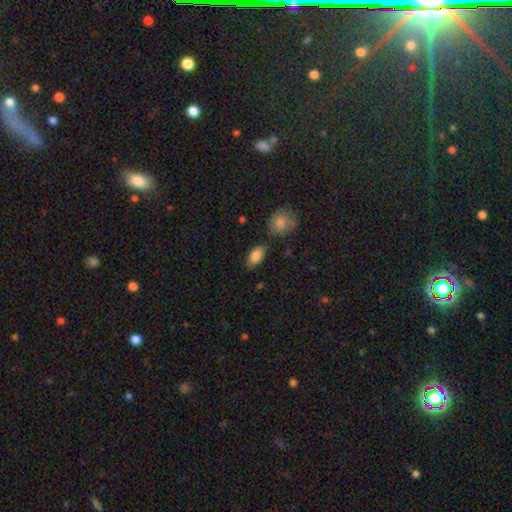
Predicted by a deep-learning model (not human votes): Smooth or featured: smooth — 86% (star or artifact — 7%)
How rounded: in between — 91% (cigar-shaped — 5%)
Merging: none — 77% (minor disturbance — 15%)